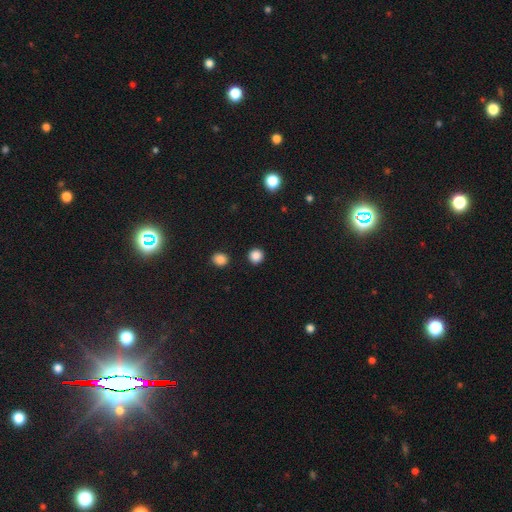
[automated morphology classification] A smooth galaxy with no disk features (86%) that is round (93%). Merging: none (91%).